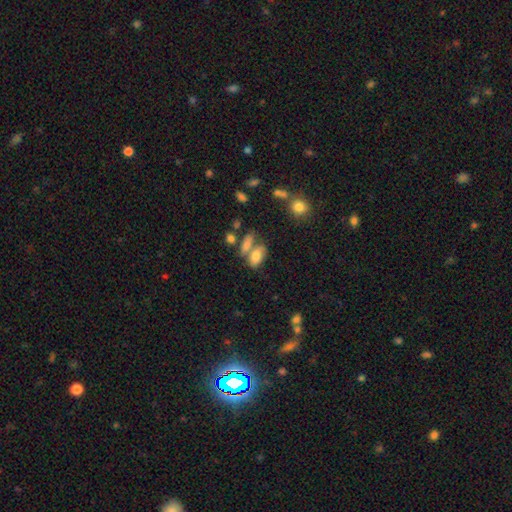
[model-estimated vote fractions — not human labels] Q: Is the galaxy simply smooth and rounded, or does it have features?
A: smooth — 77%.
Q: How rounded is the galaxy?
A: in between — 87%.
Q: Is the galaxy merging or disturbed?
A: merger — 40%.